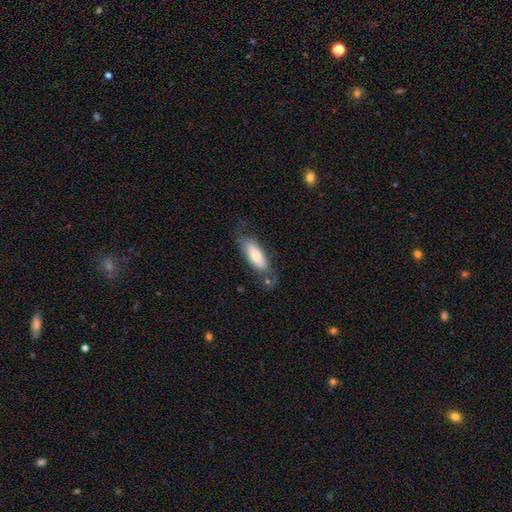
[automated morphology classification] type=smooth (67%); roundness=in between (68%); merging=none (63%).